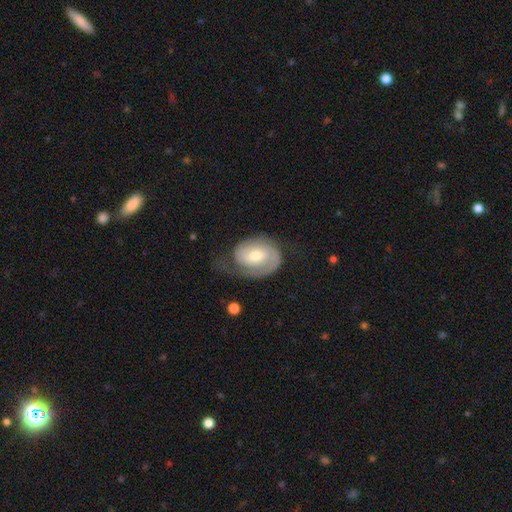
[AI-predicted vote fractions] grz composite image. It shows a featured or disk galaxy (76%) with no bar (47%), 2 (53%) tight (48%) spiral arms (93%) and a moderate central bulge (57%). Merging: none (52%).